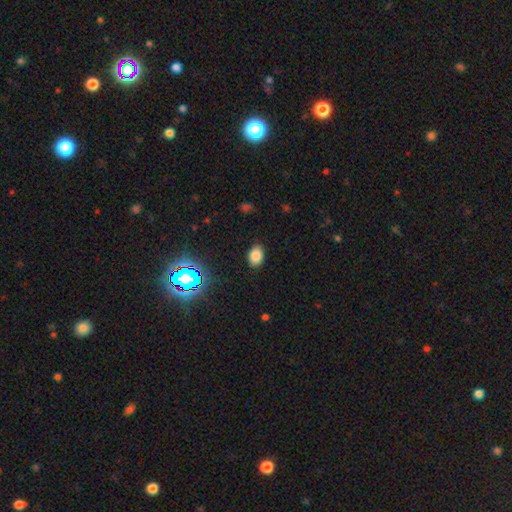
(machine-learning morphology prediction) This appears to be a smooth galaxy with no disk features (80%) that is in between round and cigar-shaped (79%). Merging: none (85%).